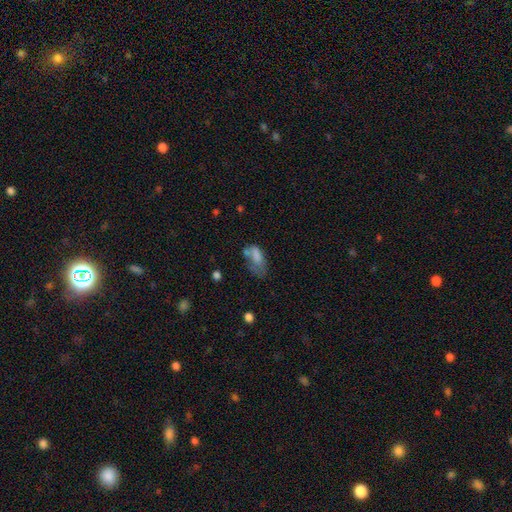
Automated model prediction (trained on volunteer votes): Smooth or featured?
  - smooth: 67% *
  - featured or disk: 22%
  - star or artifact: 11%
How rounded?
  - in between: 85% *
  - cigar-shaped: 9%
  - round: 5%
Merging?
  - major disturbance: 39% *
  - minor disturbance: 24%
  - none: 22%
  - merger: 15%